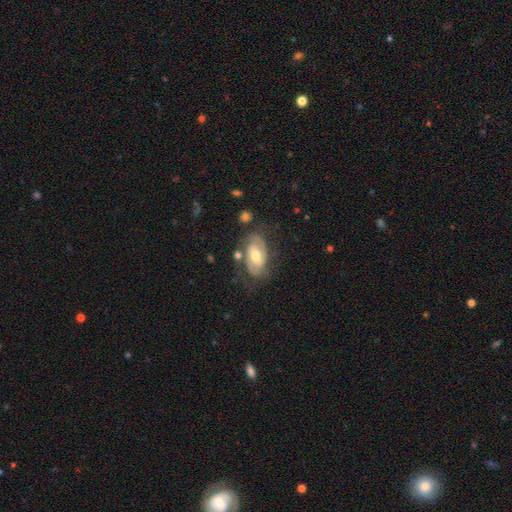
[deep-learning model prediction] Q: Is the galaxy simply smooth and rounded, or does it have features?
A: featured or disk — 68%.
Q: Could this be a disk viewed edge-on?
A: no — 94%.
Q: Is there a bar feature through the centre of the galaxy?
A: no — 46%.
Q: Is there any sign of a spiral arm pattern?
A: yes — 81%.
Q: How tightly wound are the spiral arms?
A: tight — 48%.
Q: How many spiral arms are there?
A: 2 — 72%.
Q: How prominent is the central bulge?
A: moderate — 69%.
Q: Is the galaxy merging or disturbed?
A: none — 63%.